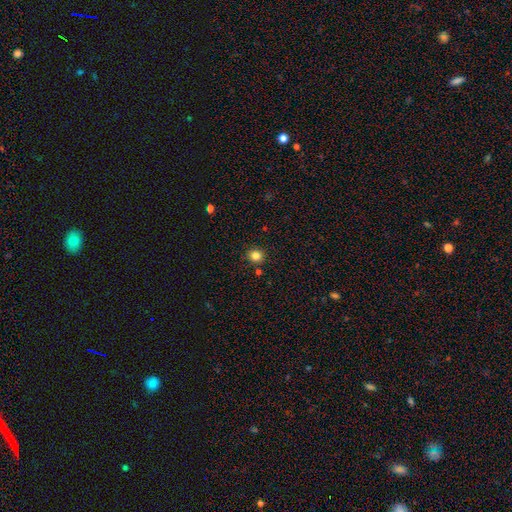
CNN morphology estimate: This is clearly a smooth galaxy (82%). How rounded: clearly round (89%). Merging: clearly none (88%).